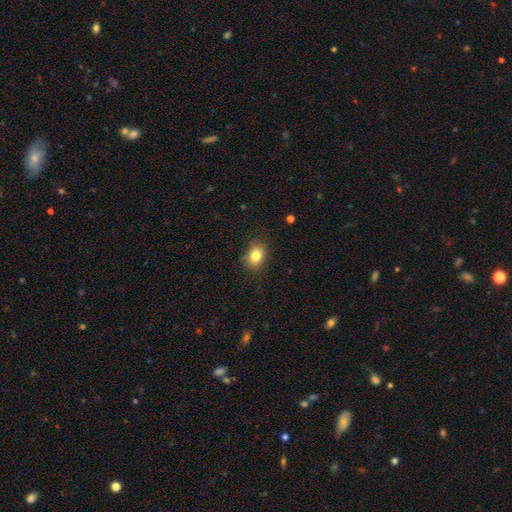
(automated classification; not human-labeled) A smooth galaxy with no disk features (83%) that is in between round and cigar-shaped (64%).

Vote fractions:
- Smooth or featured? smooth: 83% / star or artifact: 10% / featured or disk: 7%
- How rounded? in between: 64% / round: 35% / cigar-shaped: 1%
- Merging? none: 85% / minor disturbance: 12% / major disturbance: 3% / merger: 1%